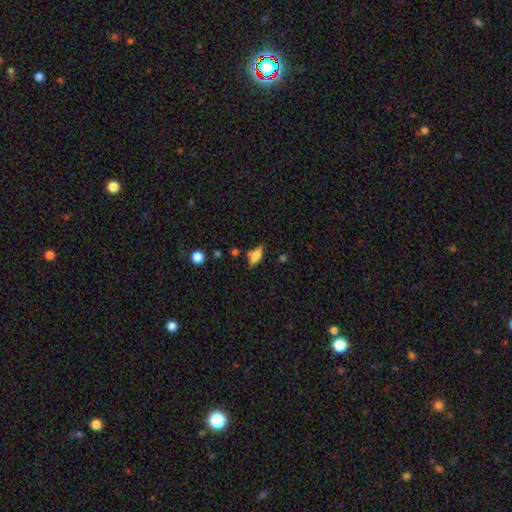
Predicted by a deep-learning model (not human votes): A smooth galaxy with no disk features (70%) that is in between round and cigar-shaped (65%). Merging: none (68%).